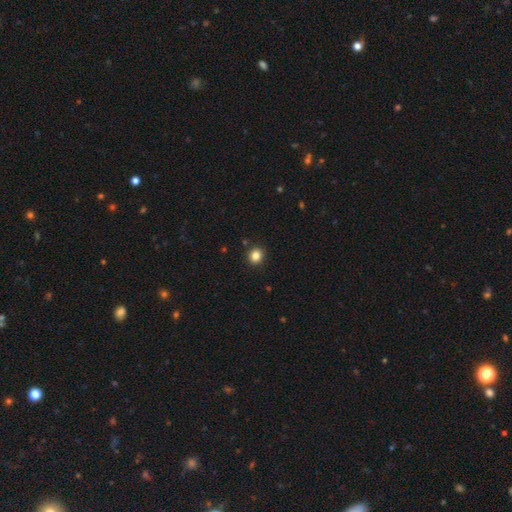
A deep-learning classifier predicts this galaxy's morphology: Q: Smooth or featured?
A: smooth (84%); runner-up: star or artifact (12%)
Q: How rounded?
A: round (78%); runner-up: in between (21%)
Q: Merging?
A: none (91%); runner-up: minor disturbance (6%)